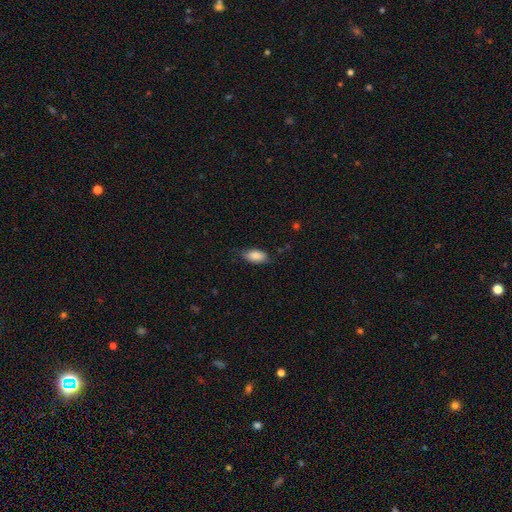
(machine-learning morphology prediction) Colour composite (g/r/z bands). It shows a smooth galaxy with no disk features (85%) that is in between round and cigar-shaped (92%). Merging: none (76%).